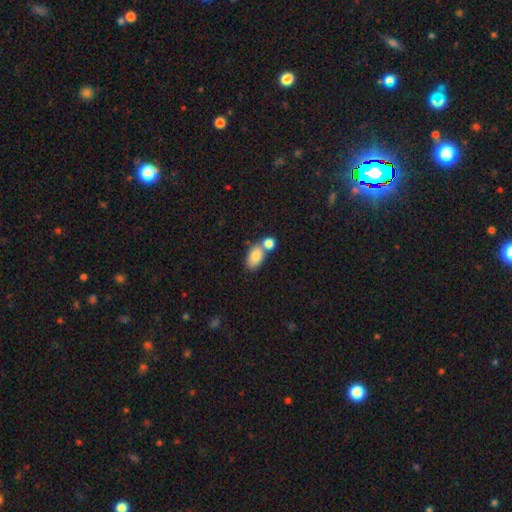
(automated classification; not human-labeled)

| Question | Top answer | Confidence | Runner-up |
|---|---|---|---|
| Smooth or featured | smooth | 80% | featured or disk (12%) |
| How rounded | in between | 87% | round (10%) |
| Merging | merger | 44% | none (42%) |